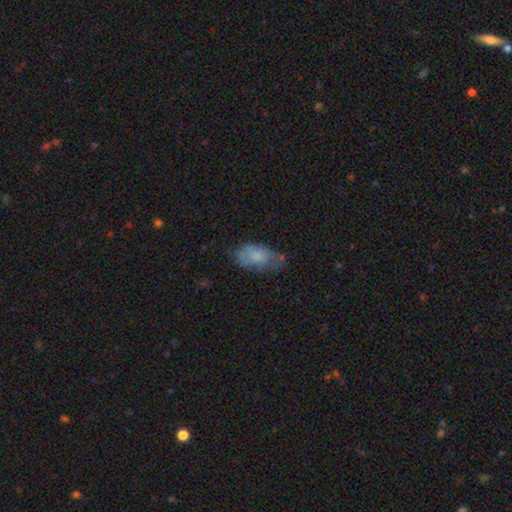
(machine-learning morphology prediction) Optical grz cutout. It shows a smooth galaxy with no disk features (67%) that is in between round and cigar-shaped (91%). Merging: none (48%).